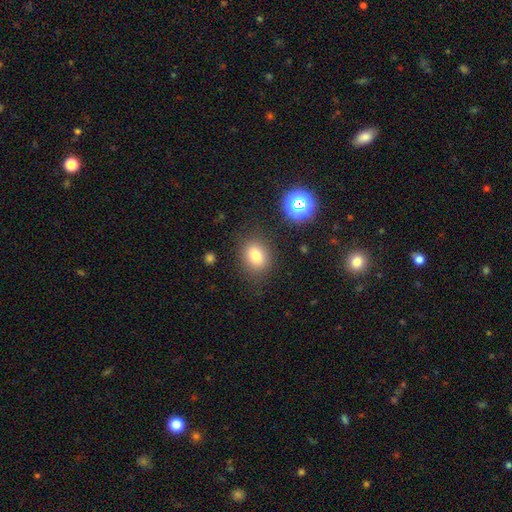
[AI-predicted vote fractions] Smooth or featured? Predicted: smooth (p=0.77). How rounded? Predicted: round (p=0.53). Merging? Predicted: none (p=0.81).